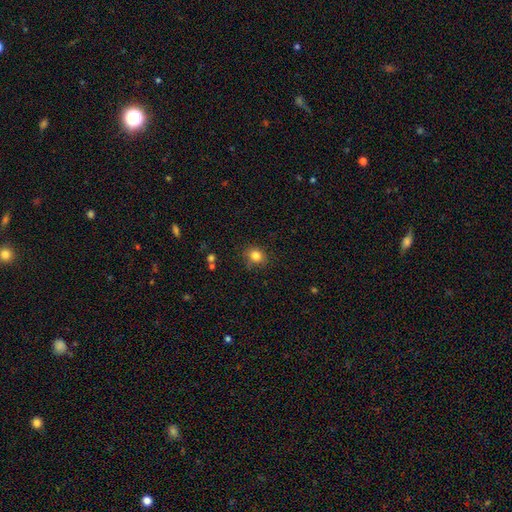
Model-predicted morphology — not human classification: Q: Smooth or featured?
A: smooth (82%); runner-up: star or artifact (11%)
Q: How rounded?
A: round (69%); runner-up: in between (31%)
Q: Merging?
A: none (81%); runner-up: minor disturbance (14%)